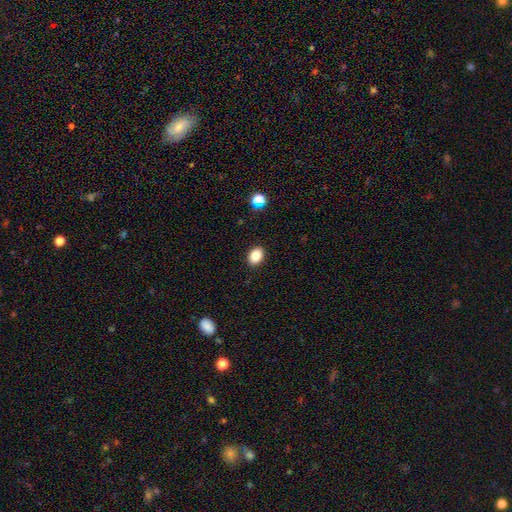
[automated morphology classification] A smooth galaxy with no disk features (87%) that is in between round and cigar-shaped (71%).

Vote fractions:
- Smooth or featured? smooth: 87% / star or artifact: 9% / featured or disk: 4%
- How rounded? in between: 71% / round: 28% / cigar-shaped: 1%
- Merging? none: 89% / minor disturbance: 8% / major disturbance: 2% / merger: 1%